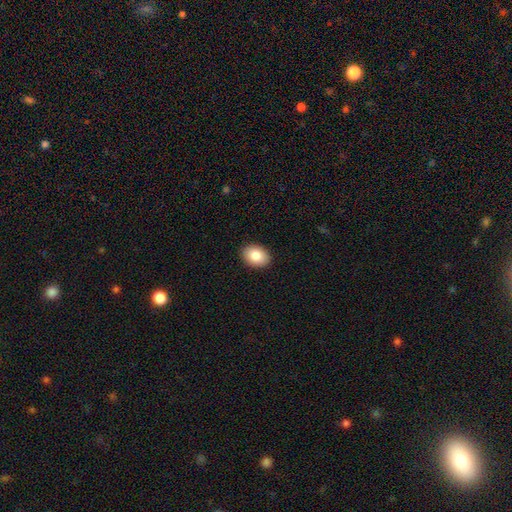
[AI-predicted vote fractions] A smooth galaxy with no disk features (85%) that is in between round and cigar-shaped (79%). Merging: none (91%).